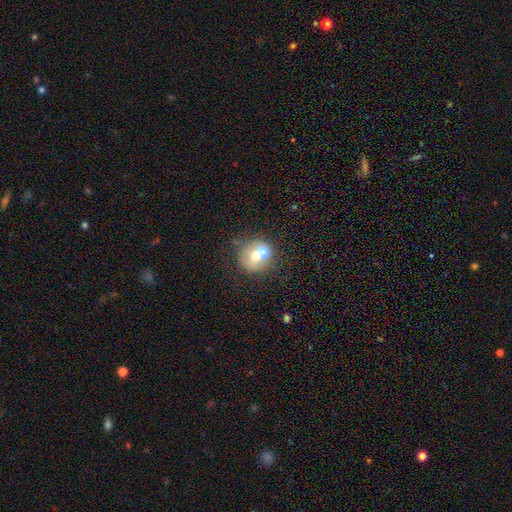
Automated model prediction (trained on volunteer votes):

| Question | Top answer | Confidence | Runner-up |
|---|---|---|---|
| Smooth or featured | smooth | 58% | featured or disk (32%) |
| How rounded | round | 82% | in between (17%) |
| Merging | merger | 49% | none (38%) |